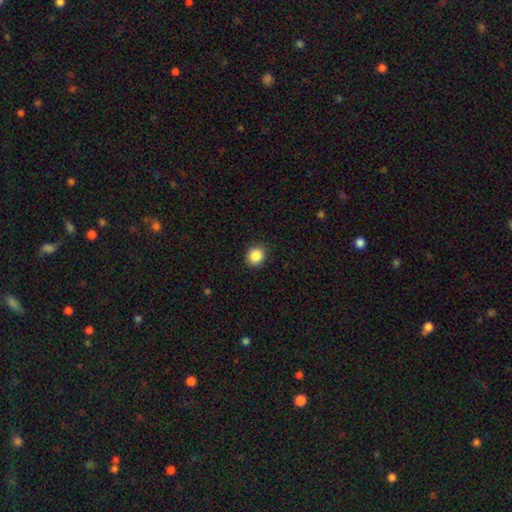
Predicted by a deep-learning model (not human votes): Smooth or featured?
  - smooth: 86% *
  - star or artifact: 10%
  - featured or disk: 4%
How rounded?
  - round: 81% *
  - in between: 18%
  - cigar-shaped: 1%
Merging?
  - none: 90% *
  - minor disturbance: 7%
  - major disturbance: 2%
  - merger: 1%